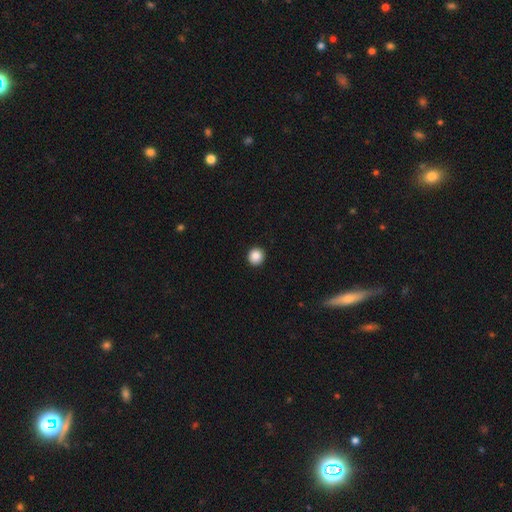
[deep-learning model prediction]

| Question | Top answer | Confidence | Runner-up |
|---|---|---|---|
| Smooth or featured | smooth | 87% | star or artifact (9%) |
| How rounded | round | 94% | in between (5%) |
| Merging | none | 94% | minor disturbance (4%) |